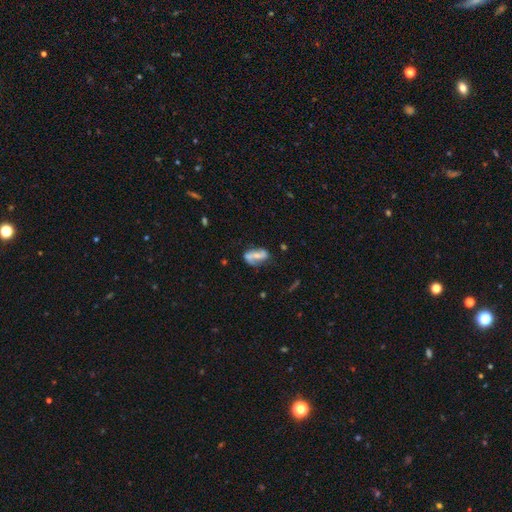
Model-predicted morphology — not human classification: Overall: featured or disk (69%). Edge-on disk: no (93%). Bar: strong (43%; no 29%). Spiral arms: yes (83%). Spiral arm count: 2 (87%). Spiral winding: loose (61%; medium 26%). Bulge size: small (47%; moderate 31%). Merging: none (65%).